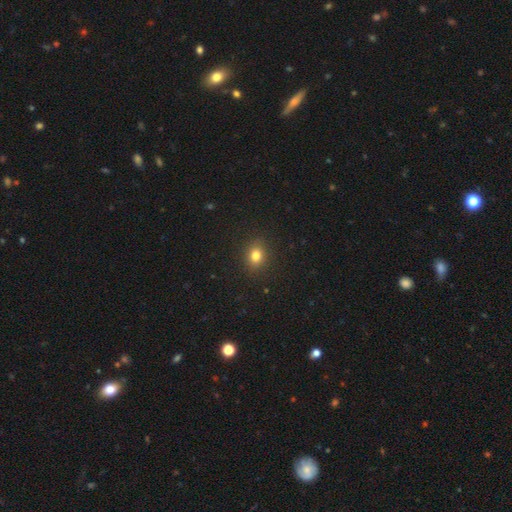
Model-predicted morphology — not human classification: smooth-or-featured: smooth: 80% | star or artifact: 13% | featured or disk: 6%
  how-rounded: round: 60% | in between: 39% | cigar-shaped: 1%
  merging: none: 89% | minor disturbance: 7% | major disturbance: 2% | merger: 1%